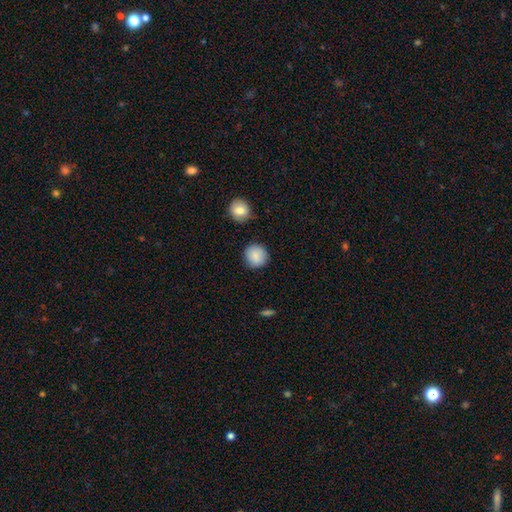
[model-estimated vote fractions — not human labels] Overall: smooth (87%). How rounded: round (92%). Merging: none (86%).